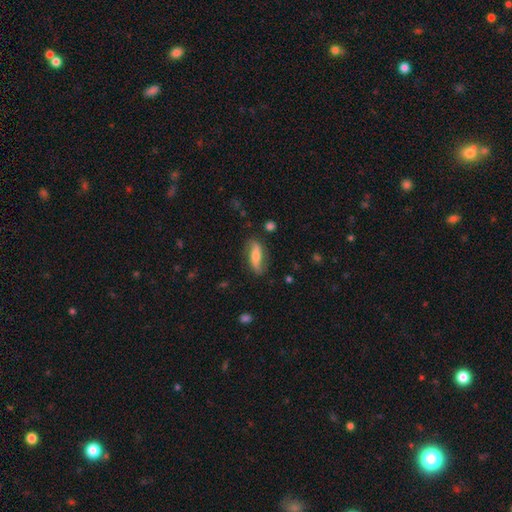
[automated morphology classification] Smooth or featured? Predicted: featured or disk (p=0.52). Edge-on disk? Predicted: no (p=0.68). Merging? Predicted: none (p=0.77).